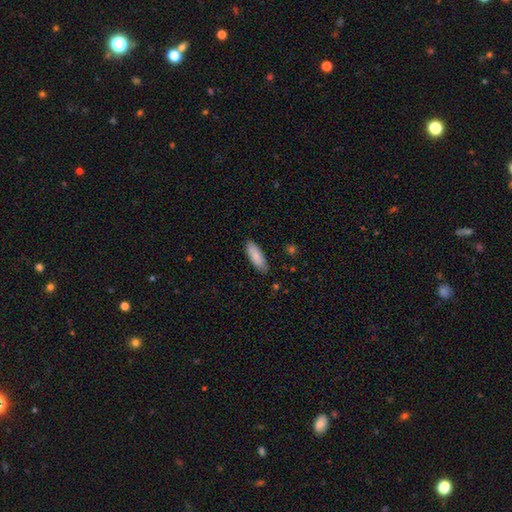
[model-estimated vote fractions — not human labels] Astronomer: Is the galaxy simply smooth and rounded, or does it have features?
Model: smooth — 87%.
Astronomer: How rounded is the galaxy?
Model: in between — 64%.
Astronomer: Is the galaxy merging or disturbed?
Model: none — 86%.